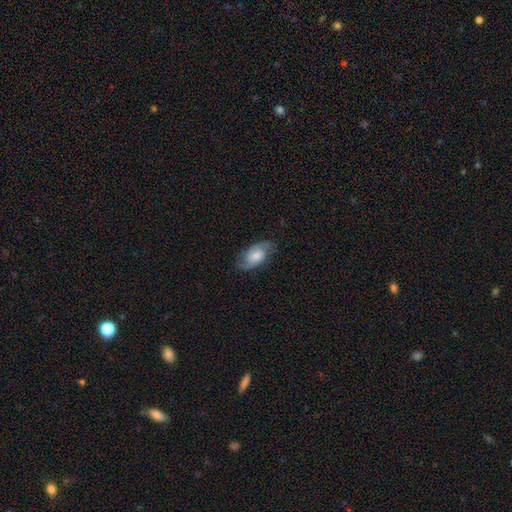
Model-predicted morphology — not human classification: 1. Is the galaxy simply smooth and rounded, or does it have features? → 72% featured or disk, 22% smooth, 7% star or artifact.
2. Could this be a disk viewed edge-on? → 95% no, 5% yes.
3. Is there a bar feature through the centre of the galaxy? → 61% no, 33% weak, 6% strong.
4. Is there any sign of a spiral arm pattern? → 94% yes, 6% no.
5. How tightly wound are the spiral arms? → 48% medium, 26% loose, 25% tight.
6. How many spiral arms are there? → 88% 2, 6% can't tell, 2% 1, 2% 3, 1% 4, 1% more than 4.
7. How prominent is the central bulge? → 34% moderate, 25% small, 22% large, 16% none, 3% dominant.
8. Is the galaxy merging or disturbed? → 76% none, 17% minor disturbance, 7% major disturbance, 1% merger.